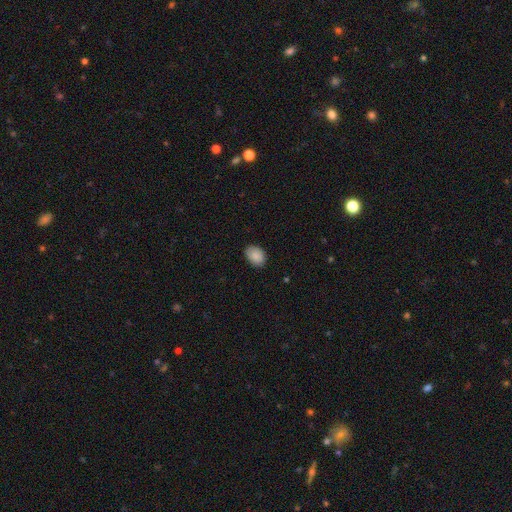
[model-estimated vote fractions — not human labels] Smooth or featured?
  - smooth: 88% *
  - star or artifact: 8%
  - featured or disk: 4%
How rounded?
  - in between: 77% *
  - round: 22%
  - cigar-shaped: 1%
Merging?
  - none: 85% *
  - minor disturbance: 12%
  - major disturbance: 2%
  - merger: 1%